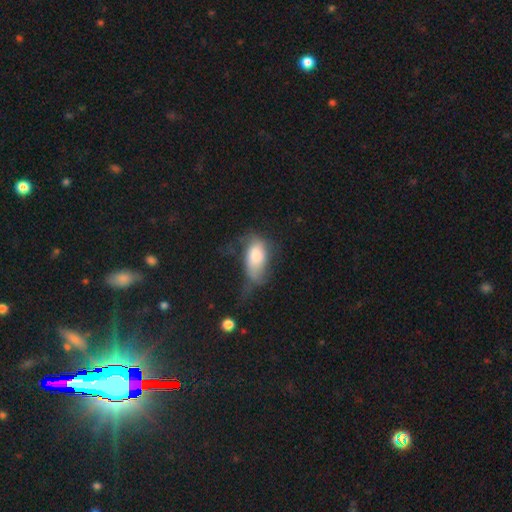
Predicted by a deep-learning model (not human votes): smooth 67%, featured or disk 25%, star or artifact 8%. Down the decision tree: how rounded — in between (89%); merging — major disturbance (42%).